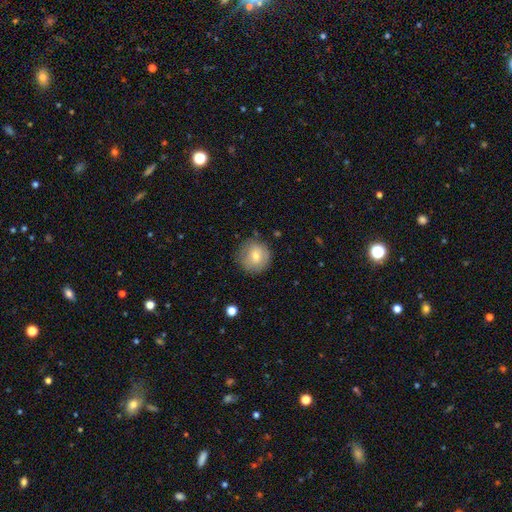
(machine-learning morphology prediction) Smooth or featured: smooth — 69% (featured or disk — 22%)
How rounded: round — 93% (in between — 6%)
Merging: none — 81% (minor disturbance — 14%)